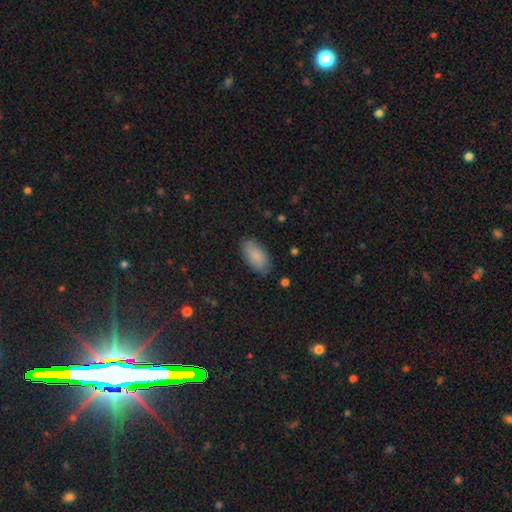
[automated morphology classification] The model was most divided on "merging": none: 86%, minor disturbance: 11%, major disturbance: 3%, merger: 1%. More confident: how rounded — in between (92%); smooth or featured — smooth (88%).